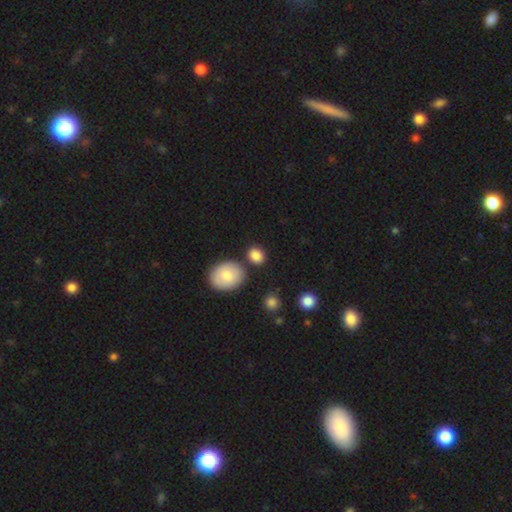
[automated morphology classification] The model was most divided on "how rounded": round: 51%, in between: 48%, cigar-shaped: 1%. More confident: smooth or featured — smooth (86%); merging — none (76%).